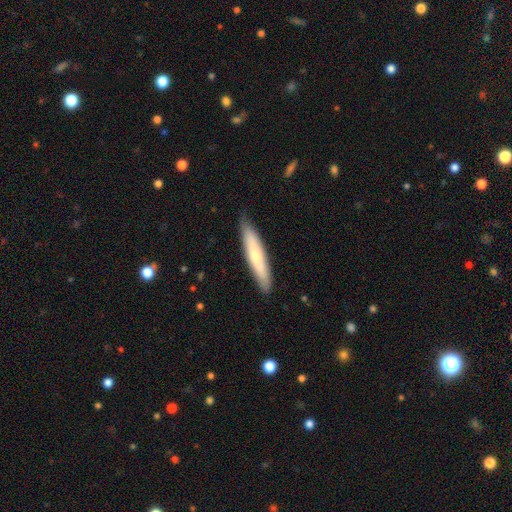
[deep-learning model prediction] Smooth or featured? smooth (59%)
How rounded? cigar-shaped (87%)
Merging? none (85%)